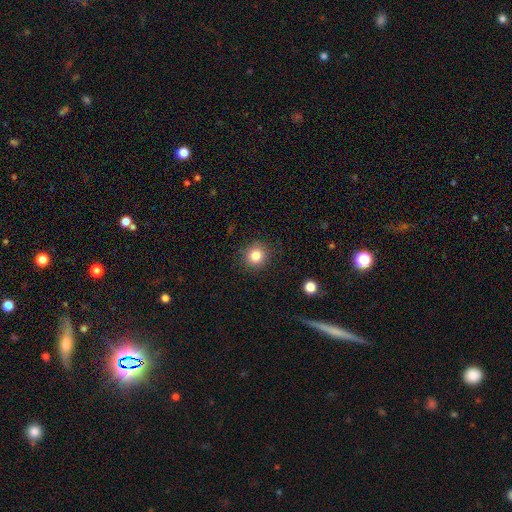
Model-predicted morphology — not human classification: A smooth galaxy with no disk features (83%) that is round (90%). Merging: none (89%).